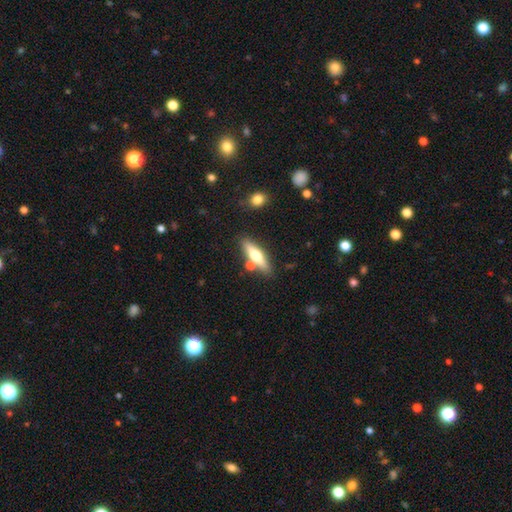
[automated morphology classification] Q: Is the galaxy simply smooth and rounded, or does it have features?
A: smooth — 51%.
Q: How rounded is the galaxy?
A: cigar-shaped — 66%.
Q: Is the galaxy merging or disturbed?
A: none — 76%.